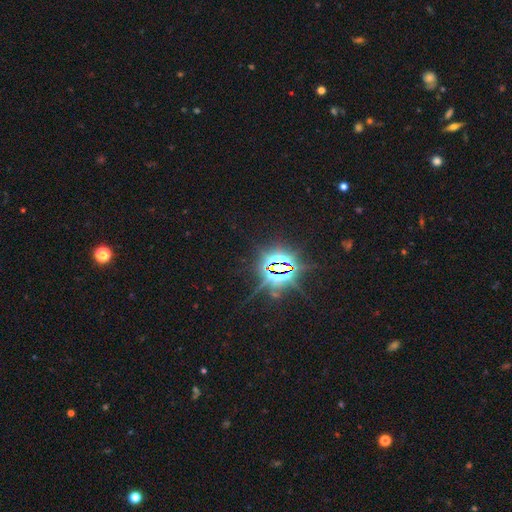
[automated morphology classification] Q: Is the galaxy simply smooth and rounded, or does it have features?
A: star or artifact — 87%.